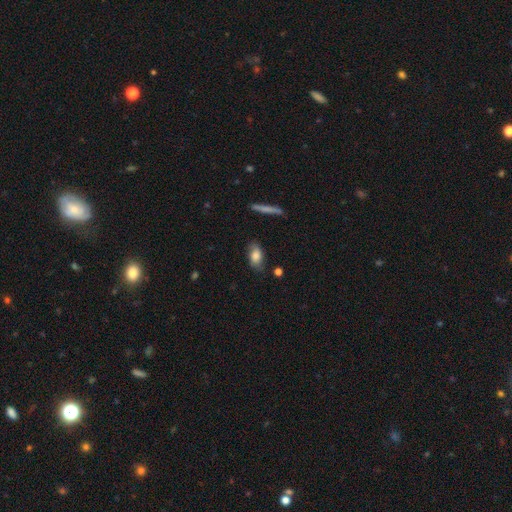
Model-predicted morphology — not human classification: This is likely a smooth galaxy (75%). How rounded: clearly in between (87%). Merging: likely none (74%).